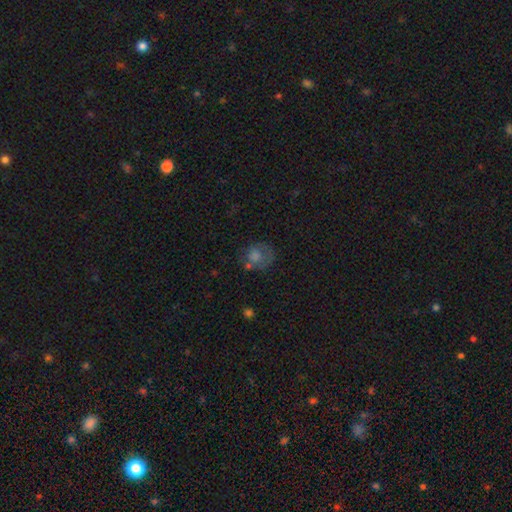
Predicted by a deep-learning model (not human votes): Overall: smooth (56%; featured or disk 28%). How rounded: round (73%). Merging: none (51%; minor disturbance 22%).